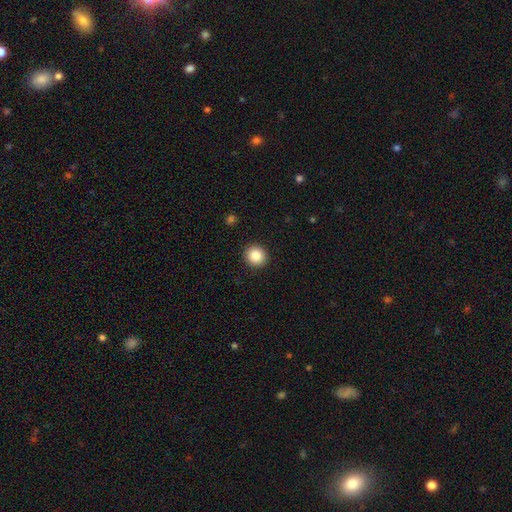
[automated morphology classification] This appears to be a smooth galaxy with no disk features (85%) that is round (91%). Merging: none (93%).